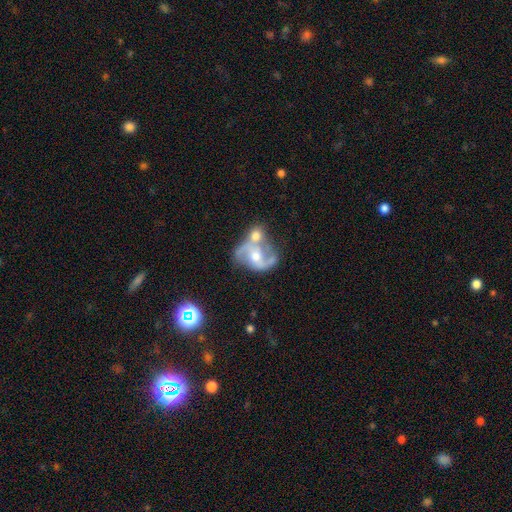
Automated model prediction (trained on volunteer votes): smooth_or_featured: featured or disk (p=0.84) [alt: smooth p=0.10]
disk_edge_on: no (p=0.97) [alt: yes p=0.03]
bar: no (p=0.43) [alt: weak p=0.40]
has_spiral_arms: yes (p=0.94) [alt: no p=0.06]
spiral_winding: medium (p=0.49) [alt: loose p=0.40]
spiral_arm_count: 2 (p=0.90) [alt: can't tell p=0.04]
bulge_size: moderate (p=0.63) [alt: small p=0.31]
merging: merger (p=0.45) [alt: none p=0.34]